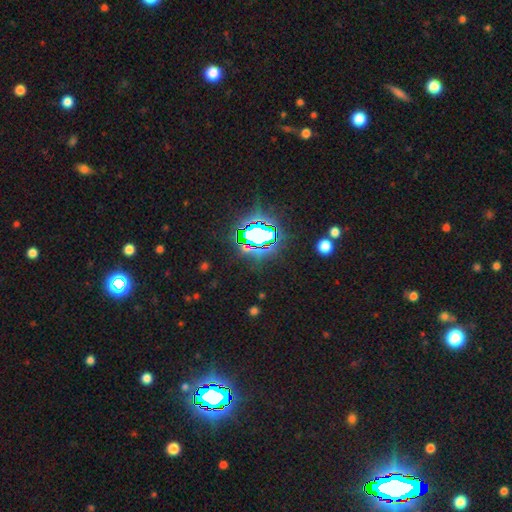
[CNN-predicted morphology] Smooth or featured? Predicted: star or artifact (p=0.81).